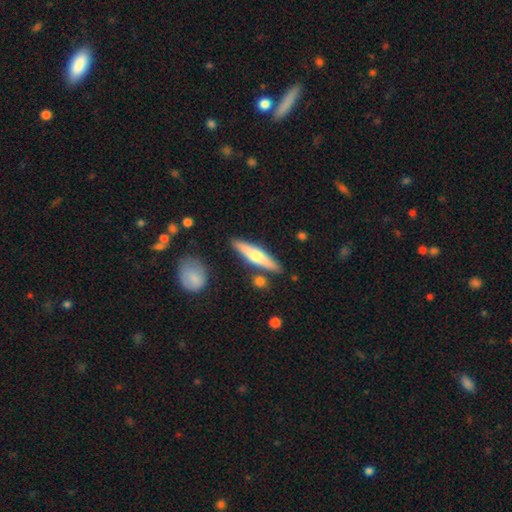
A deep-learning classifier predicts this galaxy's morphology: smooth_or_featured: smooth (p=0.50) [alt: featured or disk p=0.45]
merging: none (p=0.83) [alt: minor disturbance p=0.09]